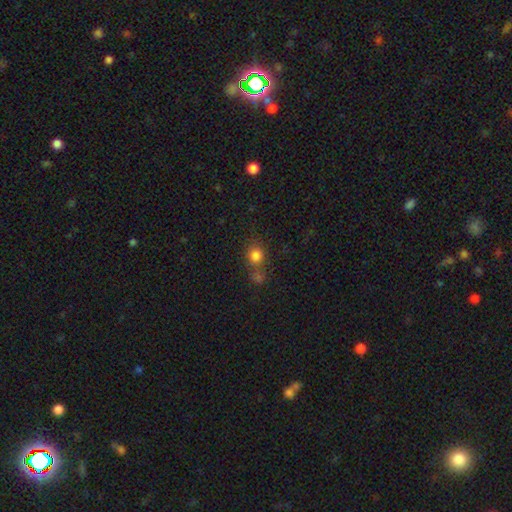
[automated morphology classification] The model was most divided on "merging": none: 56%, merger: 28%, minor disturbance: 11%, major disturbance: 5%. More confident: how rounded — round (82%); smooth or featured — smooth (80%).